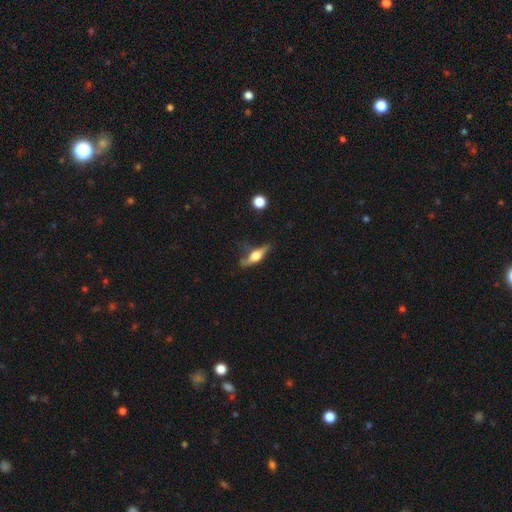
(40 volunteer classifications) Morphology: type=featured or disk (55%); edge-on=yes (77%); edge-on bulge=rounded (88%); merging=none (49%).